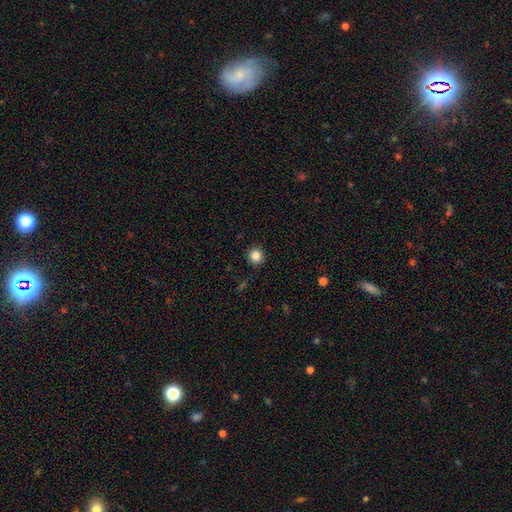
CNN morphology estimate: smooth 84%, star or artifact 11%, featured or disk 5%. Down the decision tree: how rounded — round (93%); merging — none (92%).